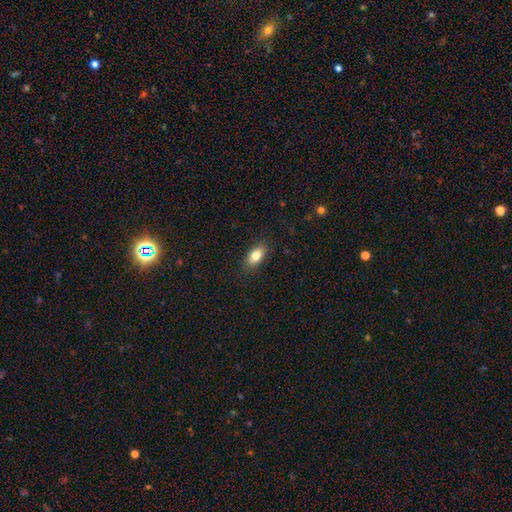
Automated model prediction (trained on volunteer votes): This appears to be a smooth galaxy with no disk features (81%) that is in between round and cigar-shaped (88%). Merging: none (86%).